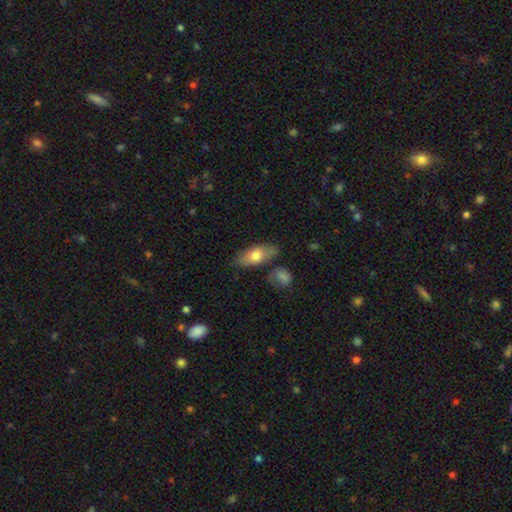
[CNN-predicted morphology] Q: Smooth or featured?
A: smooth (68%); runner-up: featured or disk (25%)
Q: How rounded?
A: in between (83%); runner-up: cigar-shaped (13%)
Q: Merging?
A: none (73%); runner-up: minor disturbance (16%)